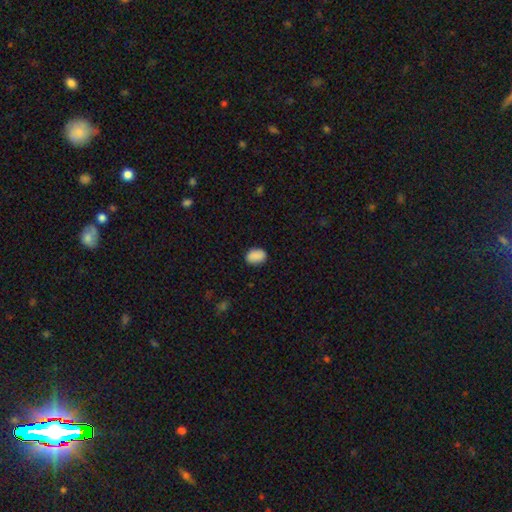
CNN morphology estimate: smooth_or_featured: smooth (p=0.87) [alt: star or artifact p=0.07]
how_rounded: in between (p=0.75) [alt: round p=0.24]
merging: none (p=0.84) [alt: minor disturbance p=0.12]